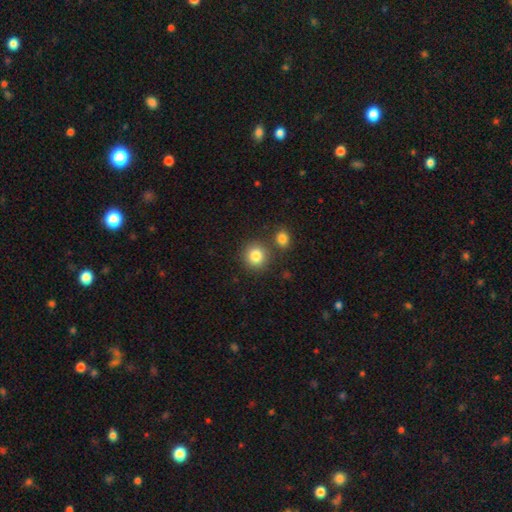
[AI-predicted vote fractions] Smooth or featured? Predicted: smooth (p=0.84). How rounded? Predicted: round (p=0.88). Merging? Predicted: none (p=0.77).